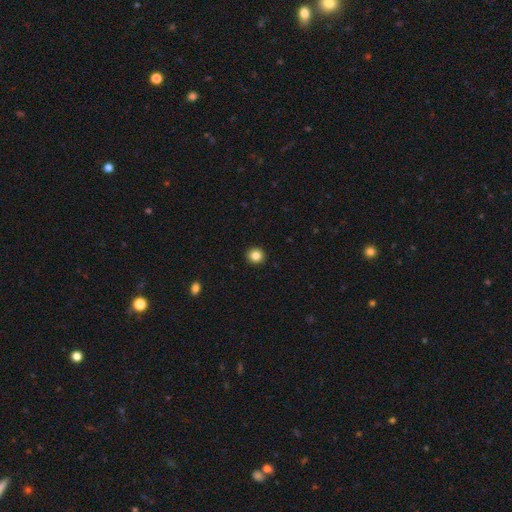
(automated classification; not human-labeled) The model was most divided on "smooth or featured": smooth: 84%, star or artifact: 10%, featured or disk: 5%. More confident: merging — none (93%); how rounded — round (92%).